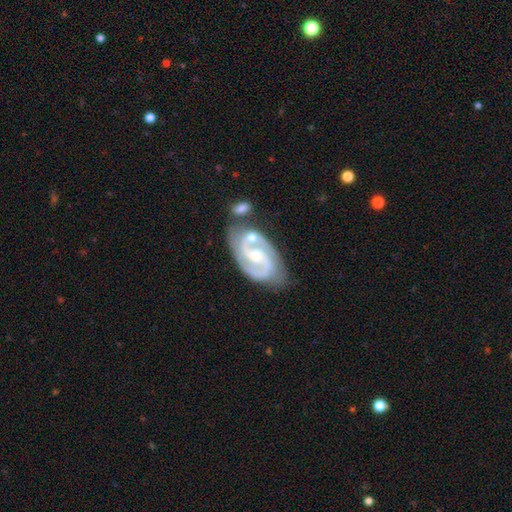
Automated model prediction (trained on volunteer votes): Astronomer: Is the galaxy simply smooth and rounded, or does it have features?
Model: featured or disk — 90%.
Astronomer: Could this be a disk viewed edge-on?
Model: no — 97%.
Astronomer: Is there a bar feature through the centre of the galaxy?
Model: weak — 44% (runner-up: no, 38%).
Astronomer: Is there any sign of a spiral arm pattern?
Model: yes — 98%.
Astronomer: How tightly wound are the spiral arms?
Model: medium — 54% (runner-up: tight, 36%).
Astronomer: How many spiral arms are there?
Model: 2 — 90%.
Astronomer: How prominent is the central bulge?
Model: moderate — 53% (runner-up: small, 39%).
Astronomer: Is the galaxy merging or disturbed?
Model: none — 59%.